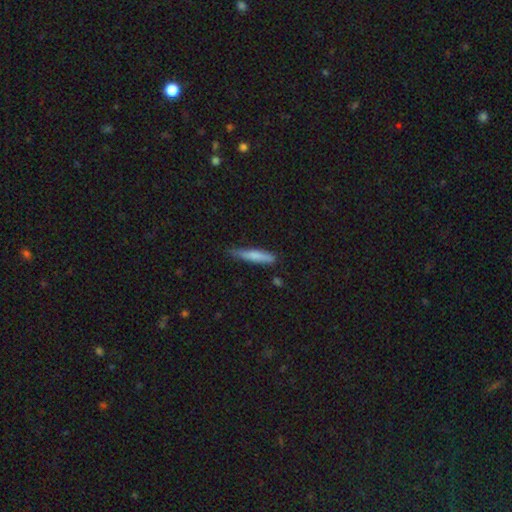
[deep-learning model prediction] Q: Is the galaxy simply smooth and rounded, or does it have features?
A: smooth — 75%.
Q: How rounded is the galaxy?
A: cigar-shaped — 89%.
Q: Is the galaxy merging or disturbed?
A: none — 67%.